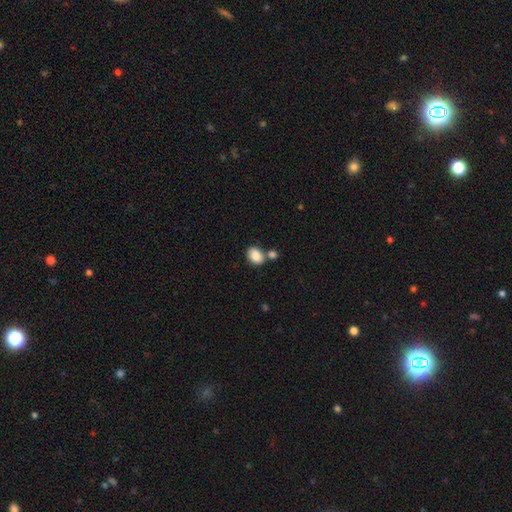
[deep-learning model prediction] Smooth or featured: smooth — 86% (star or artifact — 8%)
How rounded: in between — 75% (round — 24%)
Merging: none — 54% (merger — 29%)